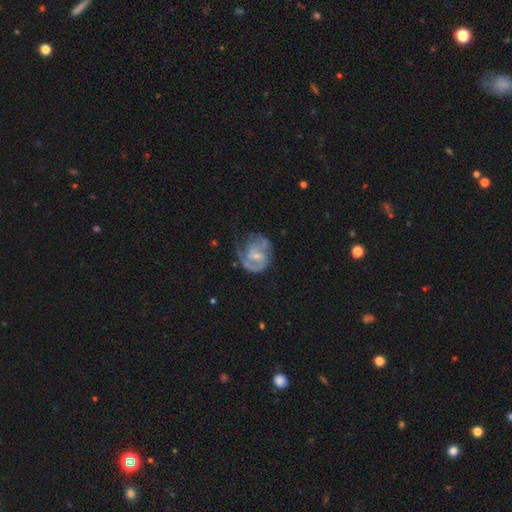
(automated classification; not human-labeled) Smooth or featured?
  - featured or disk: 74% *
  - smooth: 20%
  - star or artifact: 6%
Edge-on disk?
  - no: 98% *
  - yes: 2%
Bar?
  - no: 46% *
  - weak: 45%
  - strong: 9%
Spiral arms?
  - yes: 84% *
  - no: 16%
Spiral winding?
  - medium: 42% *
  - tight: 36%
  - loose: 22%
Spiral arm count?
  - 2: 41% *
  - 1: 26%
  - can't tell: 22%
  - 3: 7%
  - 4: 2%
  - more than 4: 2%
Bulge size?
  - small: 54% *
  - moderate: 34%
  - none: 9%
  - large: 2%
  - dominant: 1%
Merging?
  - none: 45% *
  - major disturbance: 27%
  - minor disturbance: 25%
  - merger: 3%